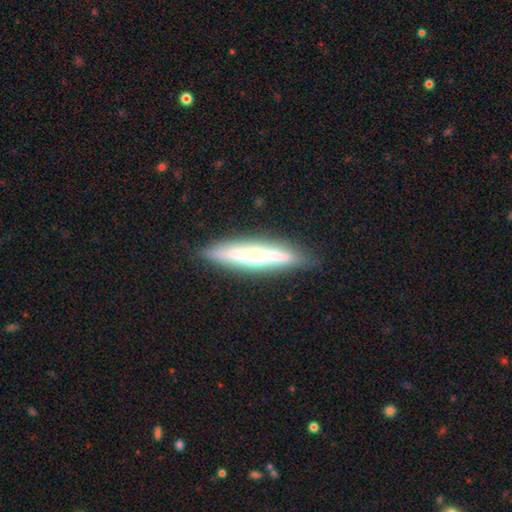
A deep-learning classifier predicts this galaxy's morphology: Smooth or featured: featured or disk — 62% (smooth — 31%)
Edge-on disk: yes — 90% (no — 10%)
Edge-on bulge: rounded — 58% (none — 29%)
Merging: none — 86% (minor disturbance — 10%)